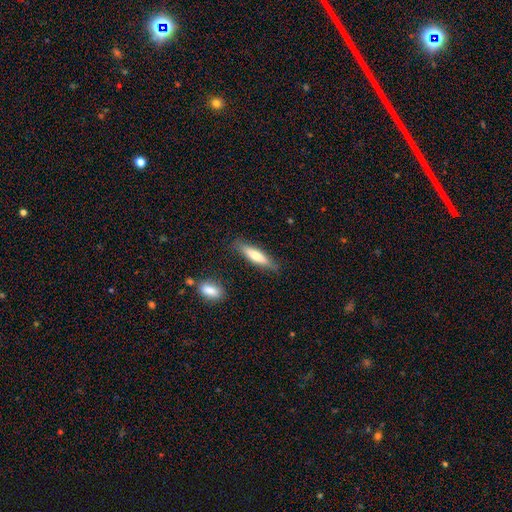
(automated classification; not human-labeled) smooth-or-featured: smooth: 64% | featured or disk: 30% | star or artifact: 6%
  how-rounded: cigar-shaped: 76% | in between: 22% | round: 1%
  merging: none: 83% | minor disturbance: 12% | merger: 3% | major disturbance: 3%